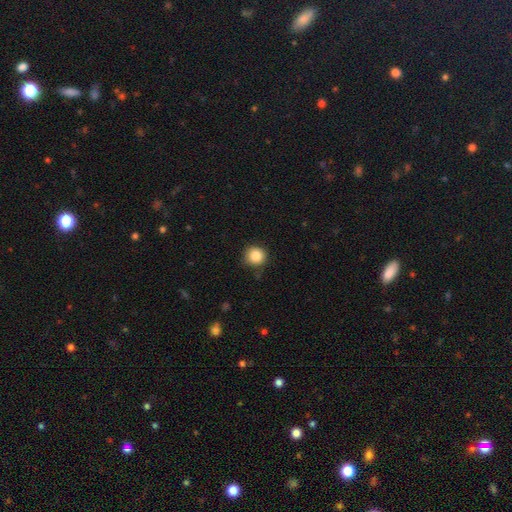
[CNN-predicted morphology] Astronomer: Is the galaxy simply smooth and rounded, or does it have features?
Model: smooth — 86%.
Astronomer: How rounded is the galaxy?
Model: round — 94%.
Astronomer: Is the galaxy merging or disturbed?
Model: none — 82%.